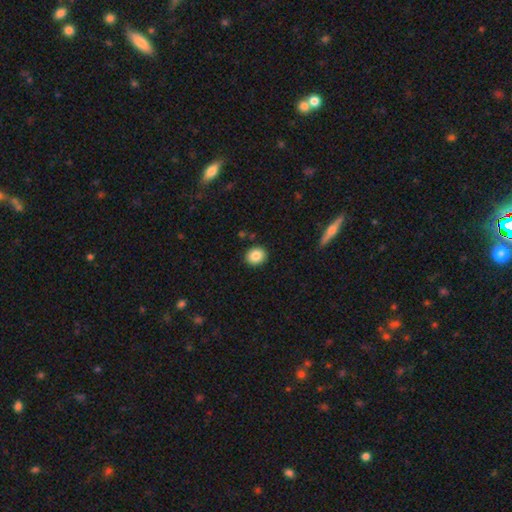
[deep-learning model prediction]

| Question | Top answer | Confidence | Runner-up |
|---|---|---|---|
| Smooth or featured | smooth | 85% | star or artifact (9%) |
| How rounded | round | 68% | in between (31%) |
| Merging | none | 90% | minor disturbance (7%) |